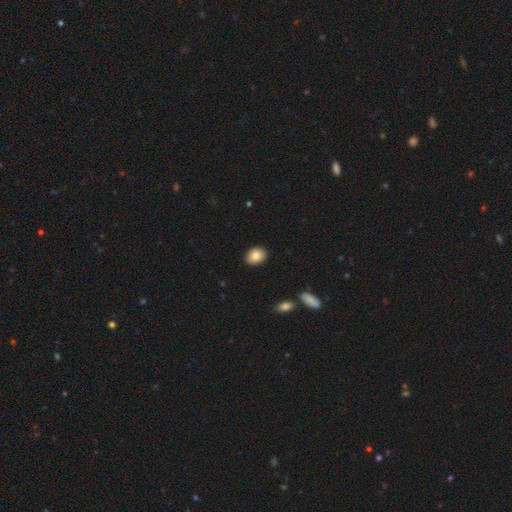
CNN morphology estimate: A smooth galaxy with no disk features (85%) that is in between round and cigar-shaped (70%). Merging: none (89%).